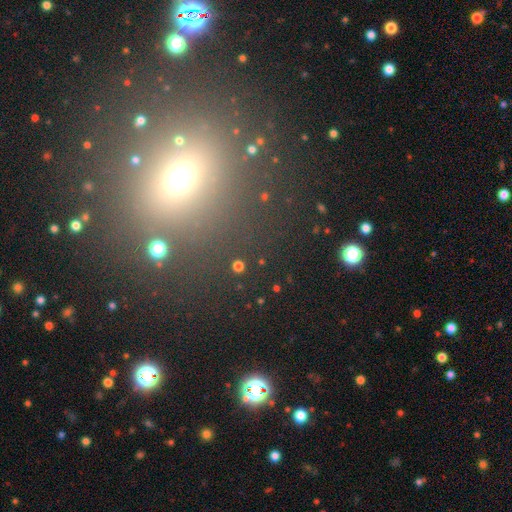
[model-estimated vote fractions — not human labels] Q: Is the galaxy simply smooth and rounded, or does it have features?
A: smooth — 45%.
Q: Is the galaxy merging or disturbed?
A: none — 83%.